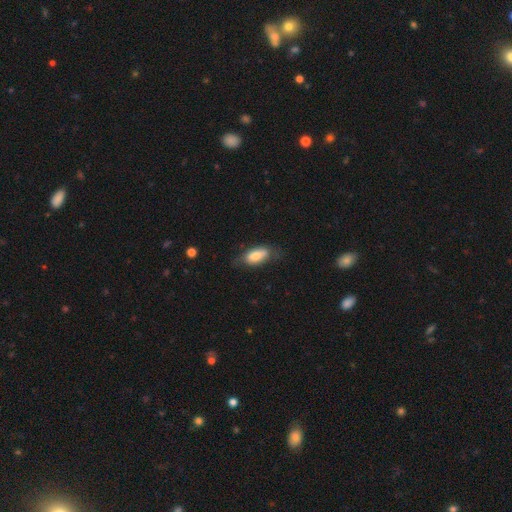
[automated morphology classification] Smooth or featured: smooth — 75% (featured or disk — 19%)
How rounded: in between — 85% (cigar-shaped — 12%)
Merging: none — 58% (minor disturbance — 29%)